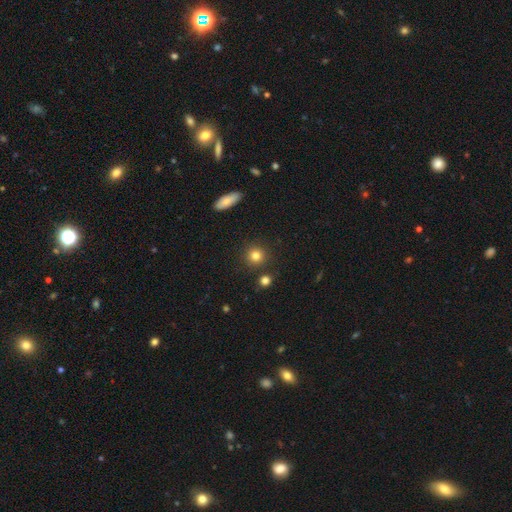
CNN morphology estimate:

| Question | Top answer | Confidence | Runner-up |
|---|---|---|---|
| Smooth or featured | smooth | 82% | star or artifact (11%) |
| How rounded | round | 92% | in between (7%) |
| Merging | none | 88% | minor disturbance (6%) |